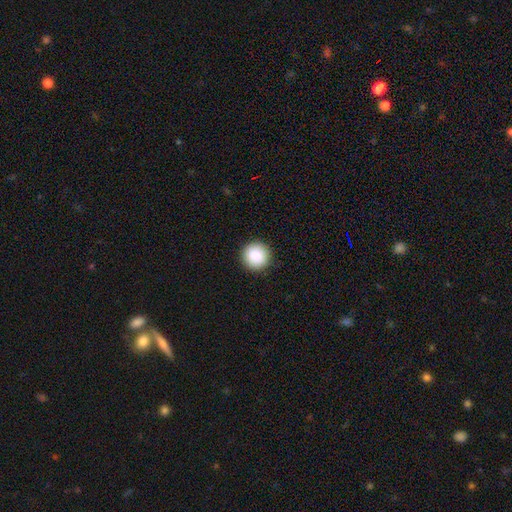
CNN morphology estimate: Q: Smooth or featured?
A: smooth (88%); runner-up: star or artifact (8%)
Q: How rounded?
A: round (96%); runner-up: in between (3%)
Q: Merging?
A: none (92%); runner-up: minor disturbance (5%)